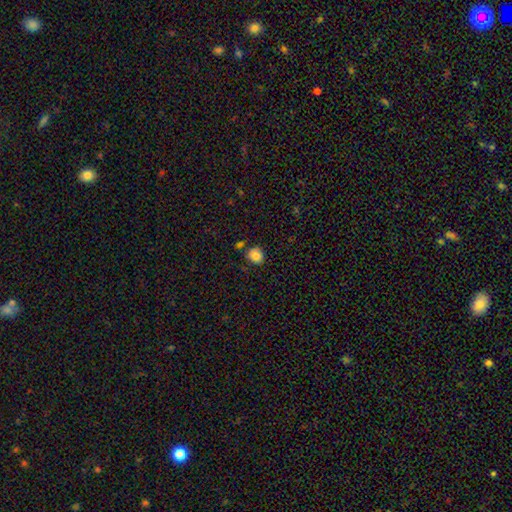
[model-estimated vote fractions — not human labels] A smooth galaxy with no disk features (83%) that is round (74%). Merging: none (75%).